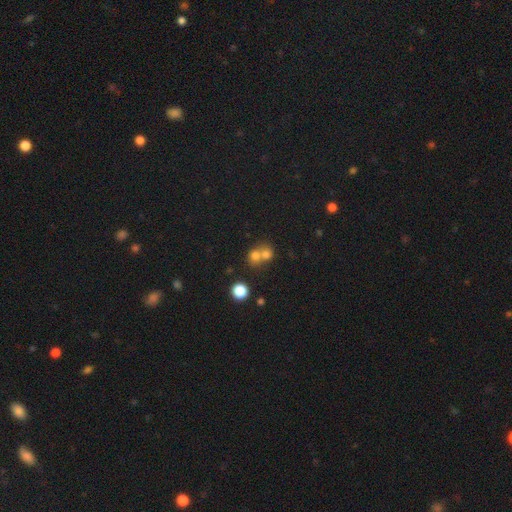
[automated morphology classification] smooth_or_featured: smooth (p=0.72) [alt: star or artifact p=0.15]
how_rounded: round (p=0.79) [alt: in between p=0.20]
merging: merger (p=0.59) [alt: none p=0.33]